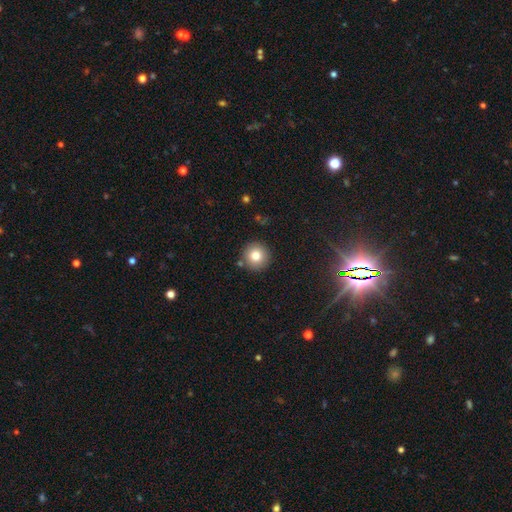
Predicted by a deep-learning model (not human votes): Smooth or featured?
  - smooth: 79% *
  - star or artifact: 11%
  - featured or disk: 10%
How rounded?
  - round: 95% *
  - in between: 4%
  - cigar-shaped: 1%
Merging?
  - none: 87% *
  - minor disturbance: 7%
  - merger: 4%
  - major disturbance: 2%